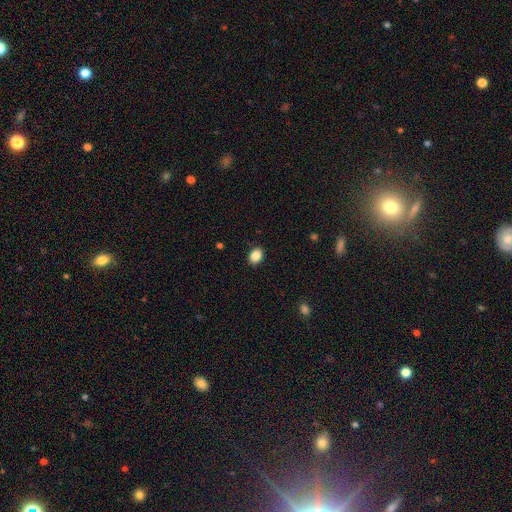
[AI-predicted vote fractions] Morphology: type=smooth (88%); roundness=in between (68%); merging=none (89%).